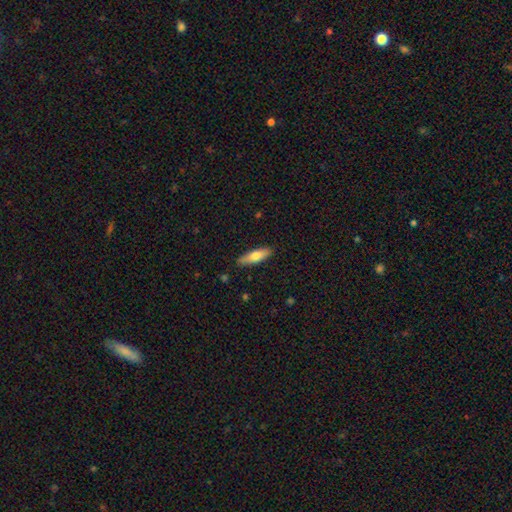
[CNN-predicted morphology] Overall: smooth (69%). How rounded: cigar-shaped (52%; in between 46%). Merging: none (87%).